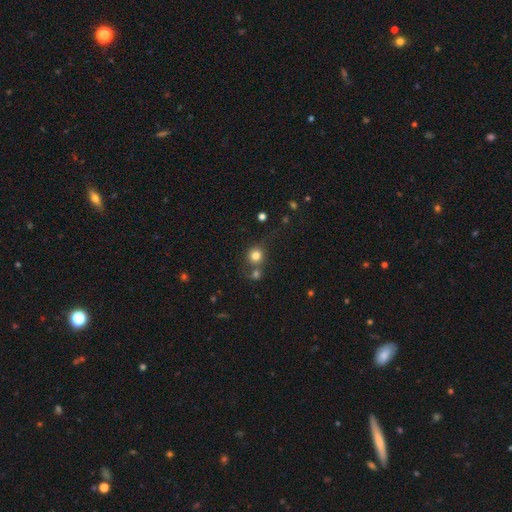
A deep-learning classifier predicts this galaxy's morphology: type=smooth (79%); roundness=round (87%); merging=none (55%).